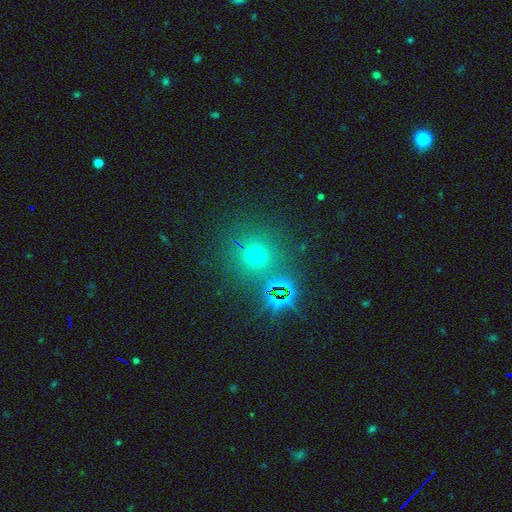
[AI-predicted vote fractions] smooth-or-featured: star or artifact: 45% (tied) | smooth: 45% (tied) | featured or disk: 9%